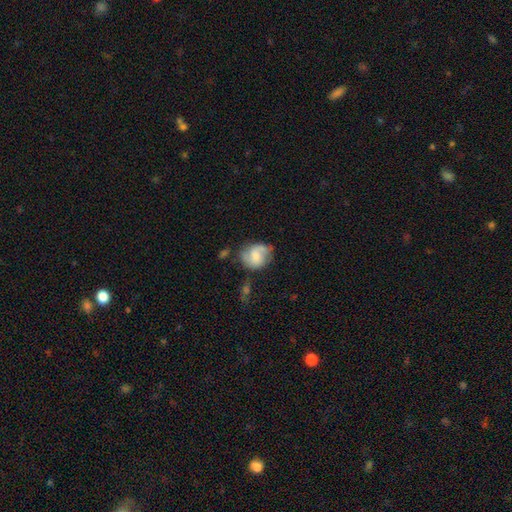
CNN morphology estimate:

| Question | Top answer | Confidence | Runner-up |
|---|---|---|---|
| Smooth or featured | smooth | 49% | featured or disk (44%) |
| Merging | none | 53% | minor disturbance (28%) |